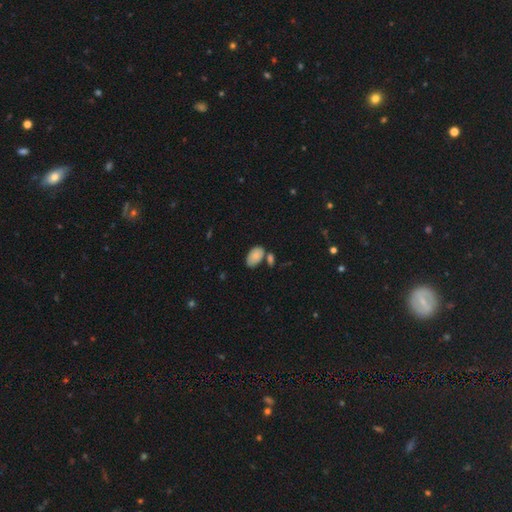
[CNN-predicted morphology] This appears to be a smooth galaxy with no disk features (81%) that is in between round and cigar-shaped (93%). Merging: none (60%).